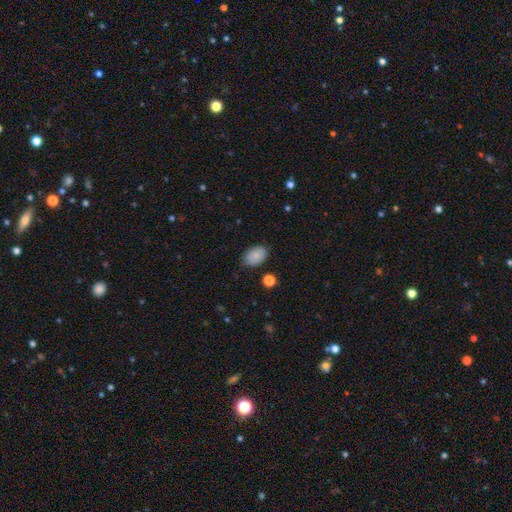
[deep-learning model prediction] This appears to be a smooth galaxy with no disk features (86%) that is in between round and cigar-shaped (87%). Merging: none (79%).